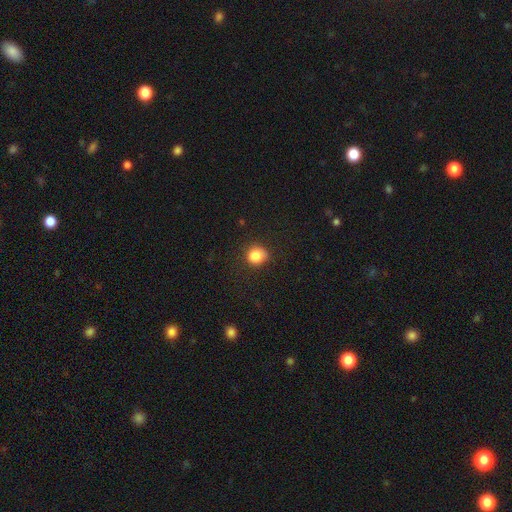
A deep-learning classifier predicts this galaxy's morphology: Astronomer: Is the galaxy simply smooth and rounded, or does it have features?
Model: smooth — 85%.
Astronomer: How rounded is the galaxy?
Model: round — 84%.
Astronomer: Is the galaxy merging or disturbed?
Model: none — 74%.